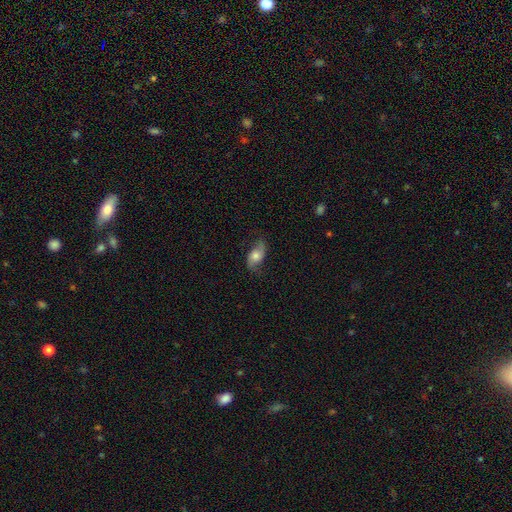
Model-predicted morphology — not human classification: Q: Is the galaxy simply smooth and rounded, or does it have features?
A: featured or disk — 55%.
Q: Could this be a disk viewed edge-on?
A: no — 92%.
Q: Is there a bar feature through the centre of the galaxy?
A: no — 70%.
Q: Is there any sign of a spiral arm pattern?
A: yes — 88%.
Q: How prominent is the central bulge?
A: moderate — 55%.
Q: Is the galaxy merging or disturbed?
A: none — 70%.